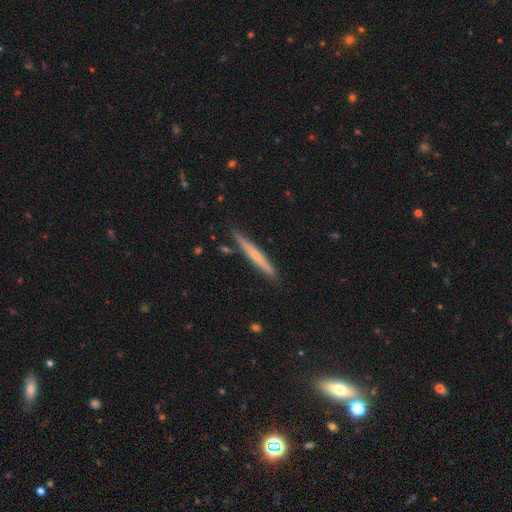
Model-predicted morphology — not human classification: A featured or disk galaxy (51%) viewed edge-on (97%).

Vote fractions:
- Smooth or featured? featured or disk: 51% / smooth: 43% / star or artifact: 6%
- Edge-on disk? yes: 97% / no: 3%
- Merging? none: 88% / minor disturbance: 9% / merger: 2% / major disturbance: 2%